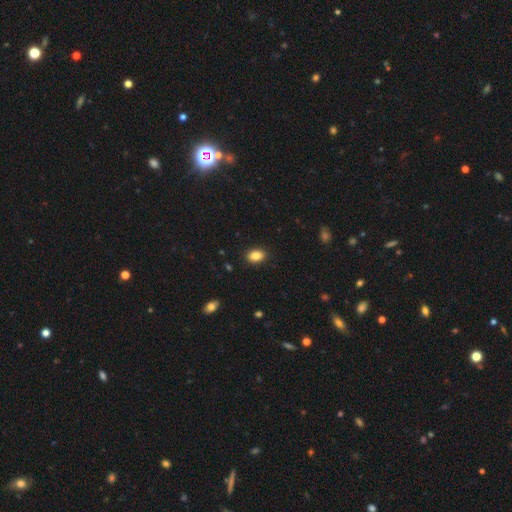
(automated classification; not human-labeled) This is clearly a smooth galaxy (87%). How rounded: clearly in between (85%). Merging: clearly none (89%).